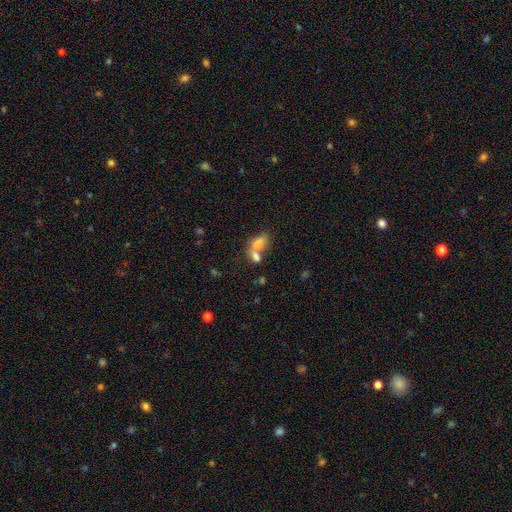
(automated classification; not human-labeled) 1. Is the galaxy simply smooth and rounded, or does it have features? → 73% smooth, 15% featured or disk, 12% star or artifact.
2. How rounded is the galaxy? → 82% in between, 13% round, 6% cigar-shaped.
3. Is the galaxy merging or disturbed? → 61% merger, 23% none, 9% minor disturbance, 7% major disturbance.